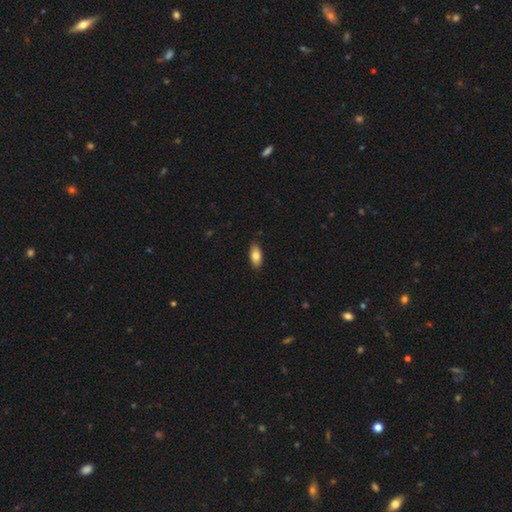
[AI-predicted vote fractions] A smooth galaxy with no disk features (81%) that is in between round and cigar-shaped (90%). Merging: none (87%).